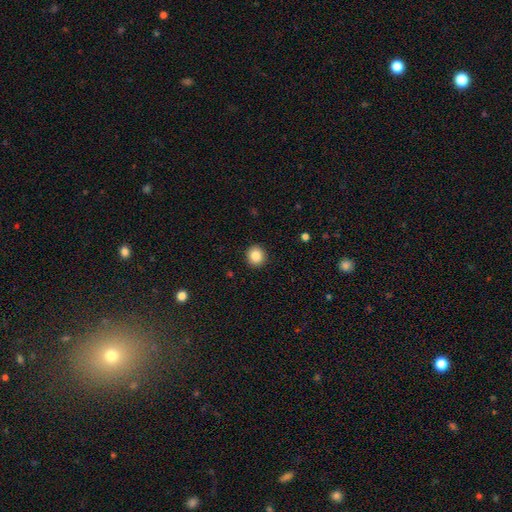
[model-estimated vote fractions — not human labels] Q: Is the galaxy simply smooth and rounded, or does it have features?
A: smooth — 86%.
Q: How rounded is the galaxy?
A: round — 90%.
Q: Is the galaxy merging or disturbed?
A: none — 92%.